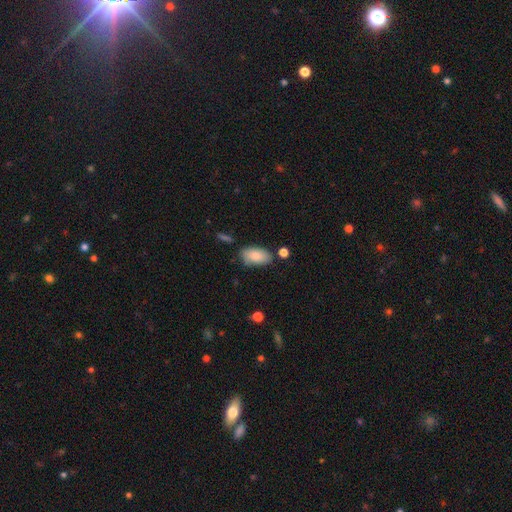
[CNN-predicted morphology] A smooth galaxy with no disk features (83%) that is in between round and cigar-shaped (94%). Merging: none (73%).